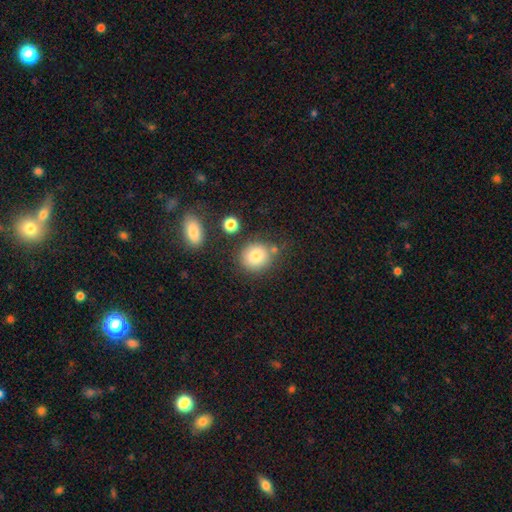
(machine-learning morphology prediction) A smooth galaxy with no disk features (83%) that is round (81%). Merging: none (72%).